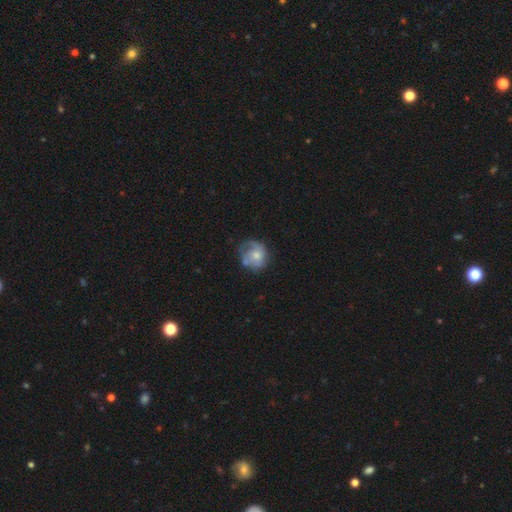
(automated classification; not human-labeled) Smooth or featured? Predicted: featured or disk (p=0.50). Edge-on disk? Predicted: no (p=0.98). Merging? Predicted: none (p=0.50).